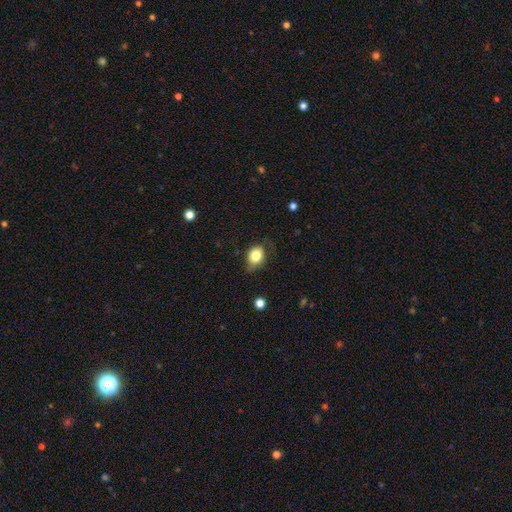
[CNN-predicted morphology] The model was most divided on "how rounded": in between: 62%, round: 36%, cigar-shaped: 1%. More confident: smooth or featured — smooth (80%); merging — none (64%).